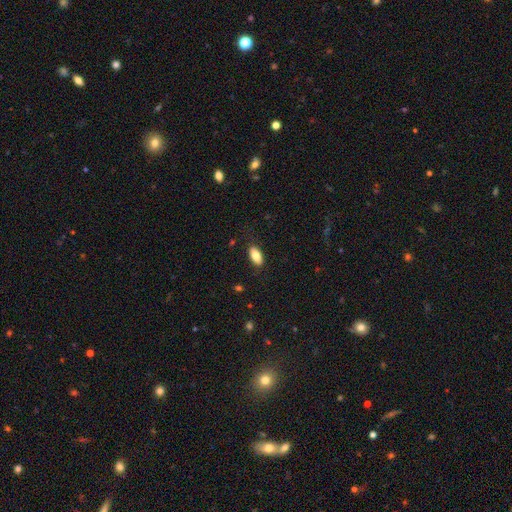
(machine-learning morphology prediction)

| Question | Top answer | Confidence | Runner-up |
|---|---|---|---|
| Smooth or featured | smooth | 82% | featured or disk (11%) |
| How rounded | in between | 90% | cigar-shaped (7%) |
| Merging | none | 83% | minor disturbance (13%) |